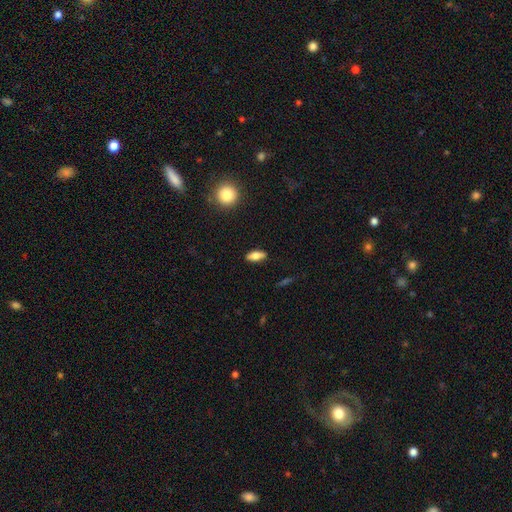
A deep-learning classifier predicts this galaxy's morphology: Smooth or featured? smooth (72%)
How rounded? in between (77%)
Merging? none (85%)